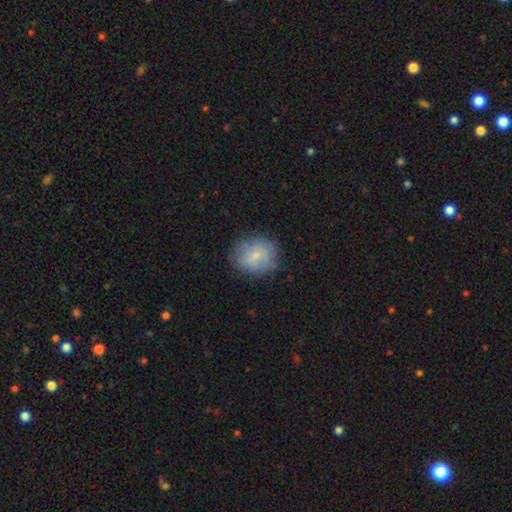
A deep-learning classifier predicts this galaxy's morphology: This appears to be a smooth galaxy with no disk features (71%) that is round (69%). Merging: none (76%).